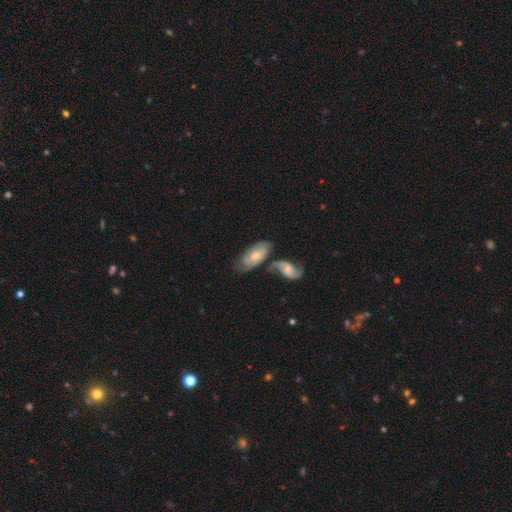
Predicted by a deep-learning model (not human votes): Overall: featured or disk (50%; smooth 44%). Merging: none (42%; merger 31%).